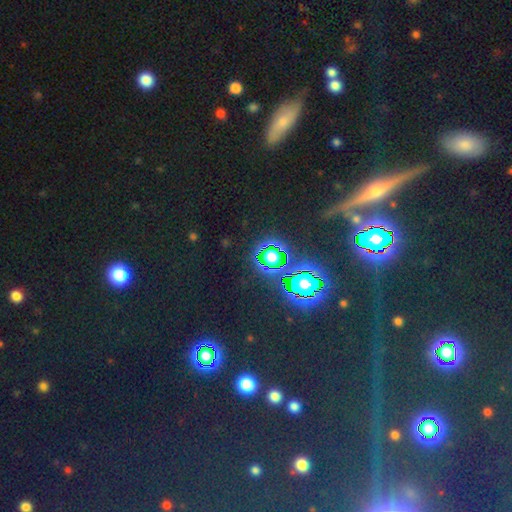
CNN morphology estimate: star or artifact 68%, featured or disk 16%, smooth 16%.